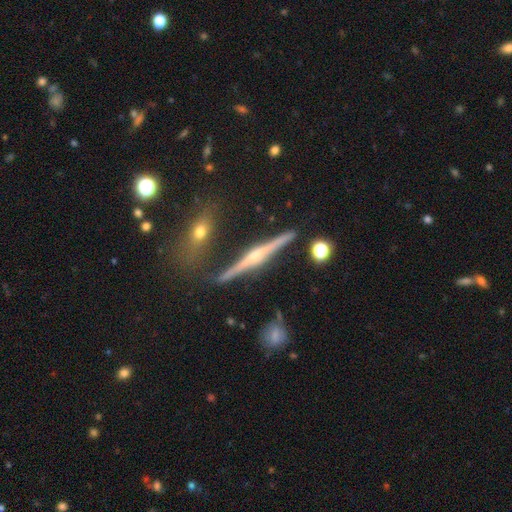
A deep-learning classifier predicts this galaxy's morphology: type=featured or disk (83%); edge-on=yes (98%); edge-on bulge=rounded (87%); merging=none (86%).